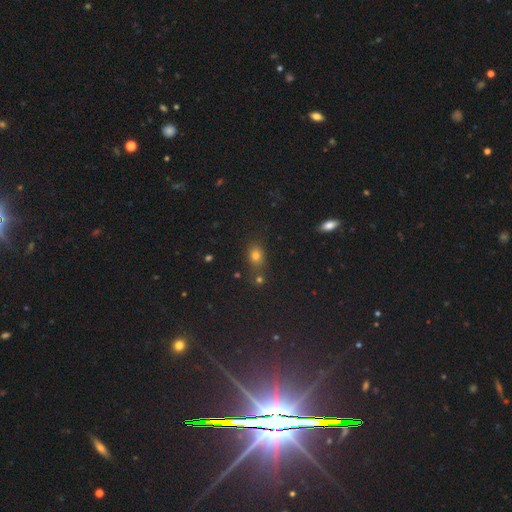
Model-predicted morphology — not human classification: A smooth galaxy with no disk features (69%) that is in between round and cigar-shaped (52%).

Vote fractions:
- Smooth or featured? smooth: 69% / star or artifact: 22% / featured or disk: 9%
- How rounded? in between: 52% / round: 46% / cigar-shaped: 3%
- Merging? none: 68% / minor disturbance: 14% / merger: 13% / major disturbance: 4%